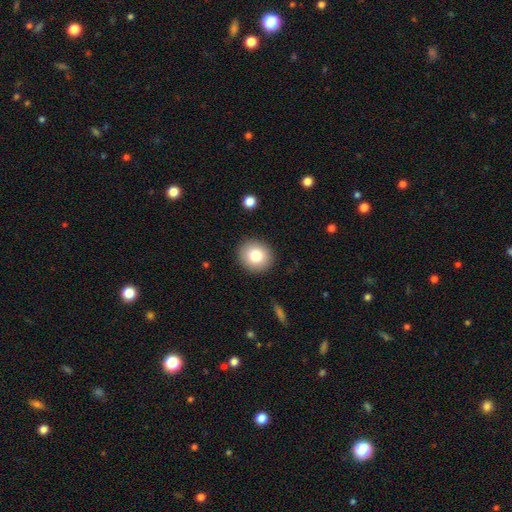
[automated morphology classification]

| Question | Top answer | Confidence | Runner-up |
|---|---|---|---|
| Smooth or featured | smooth | 80% | featured or disk (11%) |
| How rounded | round | 85% | in between (14%) |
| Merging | none | 90% | minor disturbance (6%) |